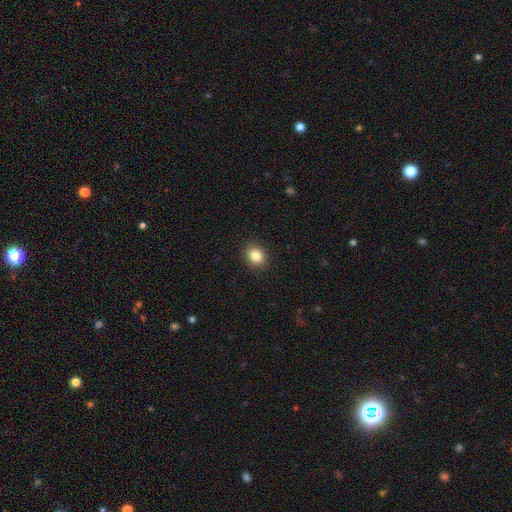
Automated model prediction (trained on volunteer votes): Overall: smooth (85%). How rounded: round (62%; in between 37%). Merging: none (90%).